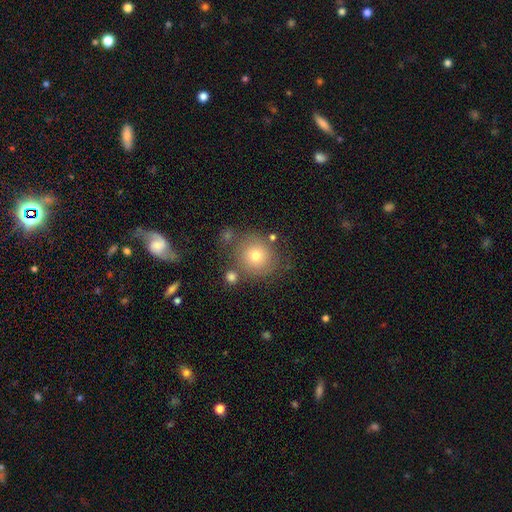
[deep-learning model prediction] The model was most divided on "smooth or featured": smooth: 65%, featured or disk: 21%, star or artifact: 14%. More confident: how rounded — round (88%); merging — none (72%).